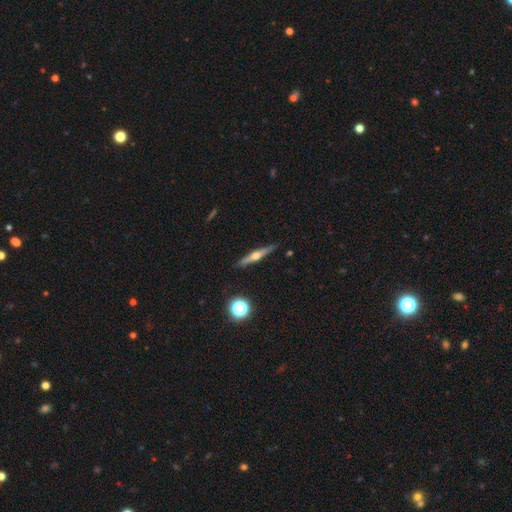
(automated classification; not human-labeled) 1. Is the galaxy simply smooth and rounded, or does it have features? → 70% featured or disk, 23% smooth, 7% star or artifact.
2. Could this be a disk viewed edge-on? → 97% yes, 3% no.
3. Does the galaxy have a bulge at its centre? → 93% rounded, 4% none, 3% boxy.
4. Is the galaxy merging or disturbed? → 89% none, 8% minor disturbance, 2% major disturbance, 1% merger.